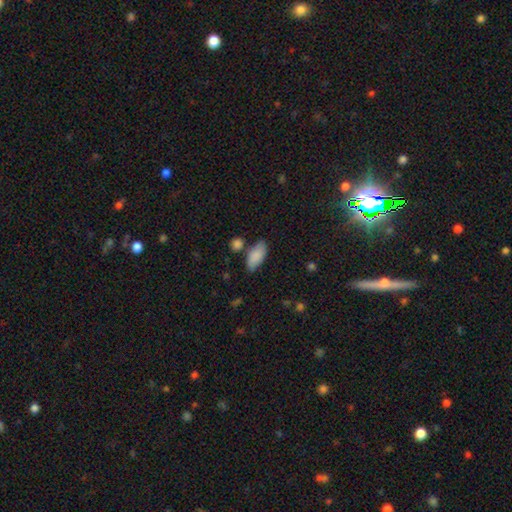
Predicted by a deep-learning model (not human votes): Smooth or featured: smooth — 86% (featured or disk — 8%)
How rounded: in between — 91% (cigar-shaped — 7%)
Merging: none — 72% (minor disturbance — 16%)